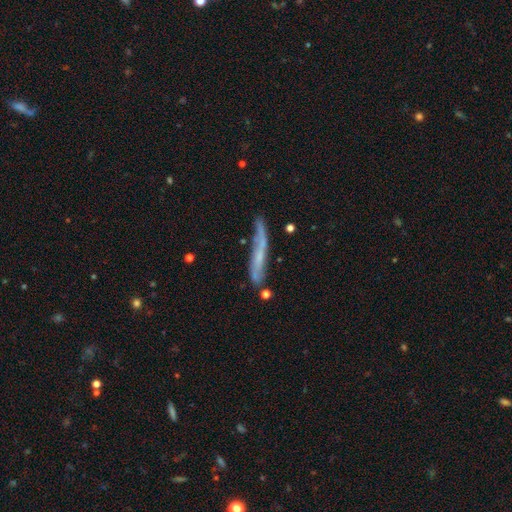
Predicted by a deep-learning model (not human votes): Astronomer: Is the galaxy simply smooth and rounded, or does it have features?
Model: featured or disk — 52% (runner-up: smooth, 35%).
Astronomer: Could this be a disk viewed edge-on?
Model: yes — 75%.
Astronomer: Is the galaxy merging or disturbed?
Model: none — 65%.